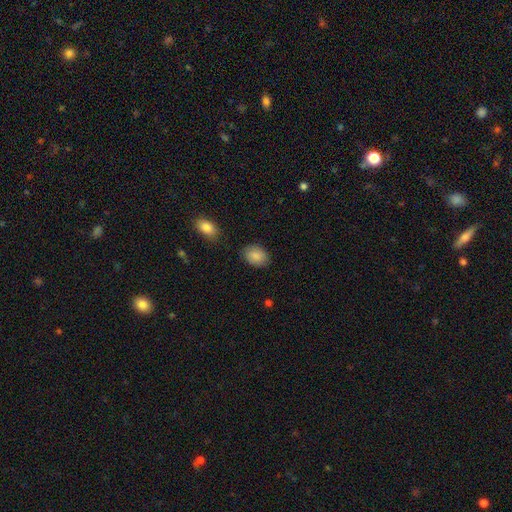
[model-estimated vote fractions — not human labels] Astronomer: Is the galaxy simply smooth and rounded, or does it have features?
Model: smooth — 86%.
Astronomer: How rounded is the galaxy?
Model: in between — 74%.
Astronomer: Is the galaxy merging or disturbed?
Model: none — 83%.